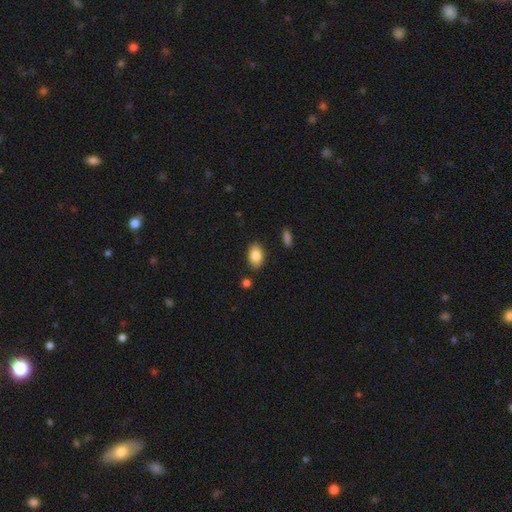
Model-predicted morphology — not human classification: smooth 85%, featured or disk 8%, star or artifact 7%. Down the decision tree: how rounded — in between (90%); merging — none (85%).